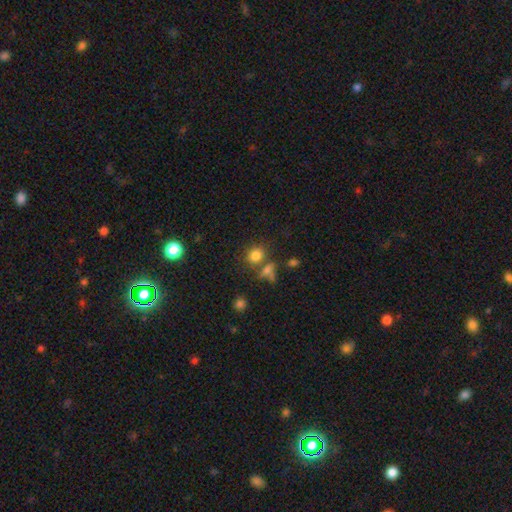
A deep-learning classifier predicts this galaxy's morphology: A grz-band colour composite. It shows a smooth galaxy with no disk features (78%) that is round (66%). Merging: none (63%).